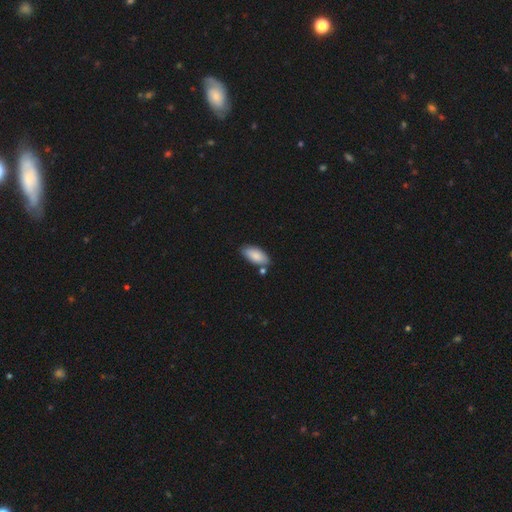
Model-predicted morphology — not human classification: The model was most divided on "merging": none: 75%, minor disturbance: 14%, merger: 8%, major disturbance: 3%. More confident: how rounded — in between (90%); smooth or featured — smooth (86%).